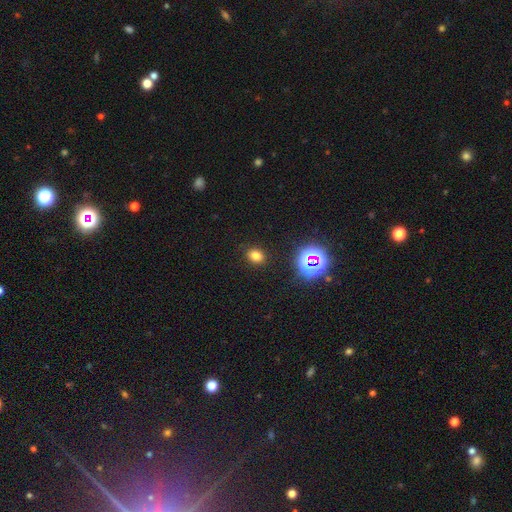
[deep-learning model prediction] Smooth or featured: smooth — 74% (star or artifact — 21%)
How rounded: round — 53% (in between — 46%)
Merging: none — 88% (minor disturbance — 8%)